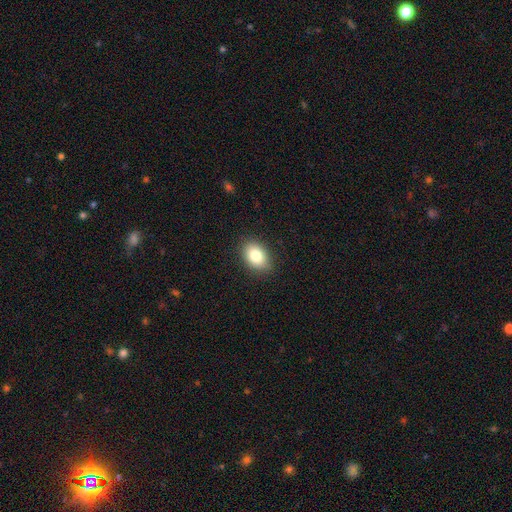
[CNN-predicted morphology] A smooth galaxy with no disk features (83%) that is in between round and cigar-shaped (80%).

Vote fractions:
- Smooth or featured? smooth: 83% / star or artifact: 9% / featured or disk: 8%
- How rounded? in between: 80% / round: 19% / cigar-shaped: 1%
- Merging? none: 87% / minor disturbance: 10% / major disturbance: 2% / merger: 1%